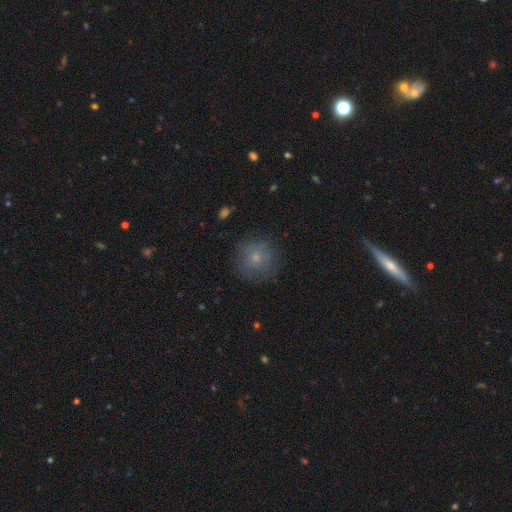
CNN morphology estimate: A smooth galaxy with no disk features (63%) that is round (92%). Merging: none (77%).